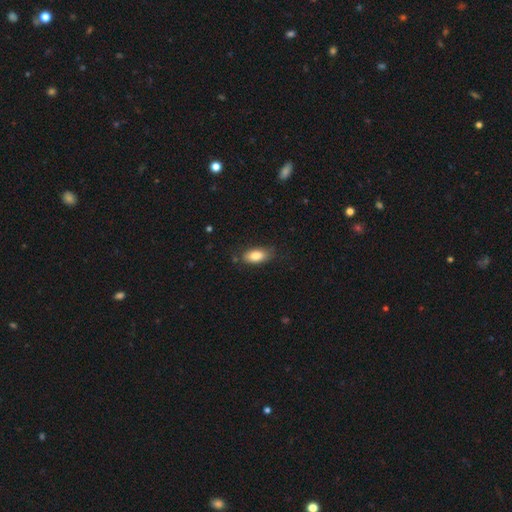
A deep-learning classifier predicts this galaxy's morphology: A smooth galaxy with no disk features (83%) that is in between round and cigar-shaped (89%). Merging: none (79%).